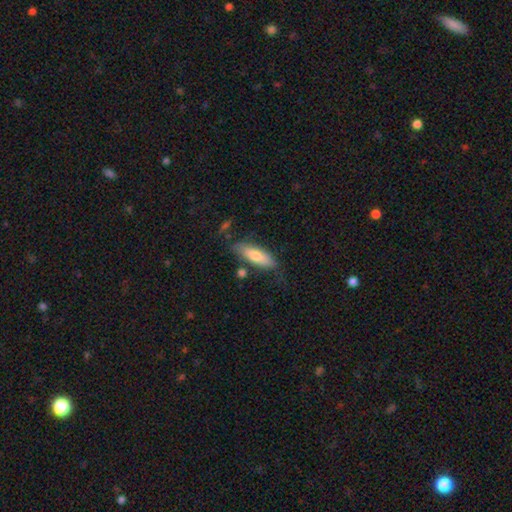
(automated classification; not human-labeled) smooth-or-featured: smooth: 72% | featured or disk: 22% | star or artifact: 6%
  how-rounded: in between: 53% | cigar-shaped: 45% | round: 2%
  merging: none: 69% | minor disturbance: 20% | major disturbance: 5% | merger: 5%